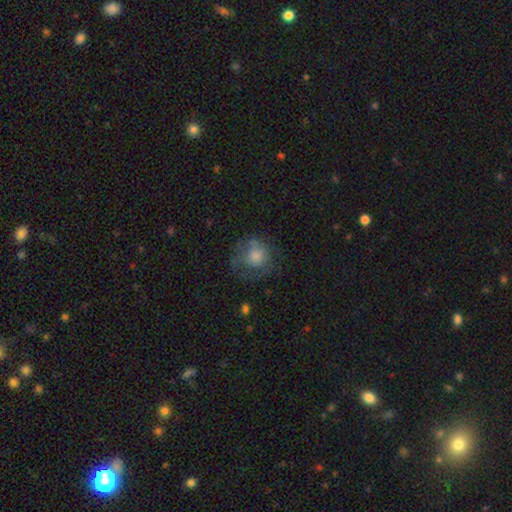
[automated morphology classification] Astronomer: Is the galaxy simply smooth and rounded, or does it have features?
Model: smooth — 66%.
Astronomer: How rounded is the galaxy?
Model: round — 83%.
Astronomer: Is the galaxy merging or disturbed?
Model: none — 58%.